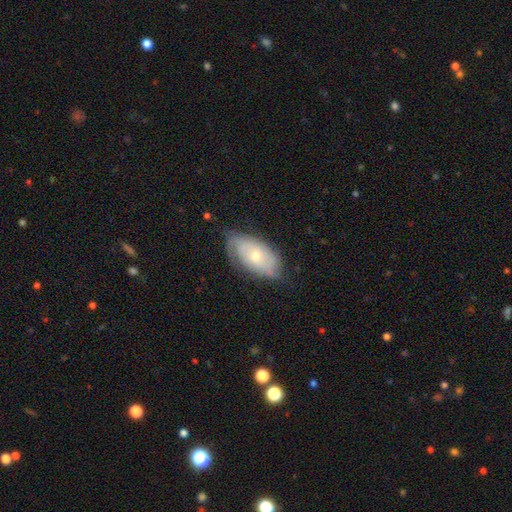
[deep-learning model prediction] Smooth or featured? featured or disk (61%)
Edge-on disk? no (91%)
Bar? no (78%)
Spiral arms? yes (79%)
Bulge size? small (52%)
Merging? none (67%)